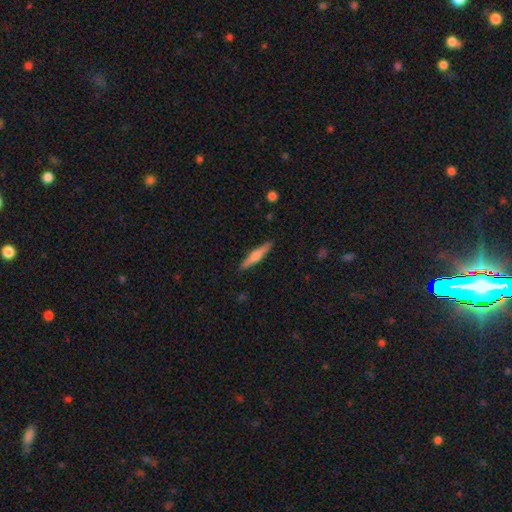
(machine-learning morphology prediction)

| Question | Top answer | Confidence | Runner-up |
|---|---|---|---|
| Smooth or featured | featured or disk | 47% | tied: smooth (47%) |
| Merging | none | 91% | minor disturbance (7%) |